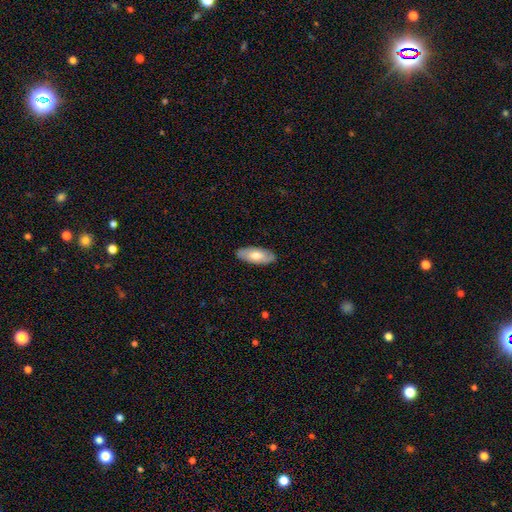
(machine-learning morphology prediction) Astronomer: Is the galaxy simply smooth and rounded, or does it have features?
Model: smooth — 61%.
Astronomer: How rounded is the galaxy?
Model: in between — 87%.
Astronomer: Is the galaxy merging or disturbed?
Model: none — 87%.